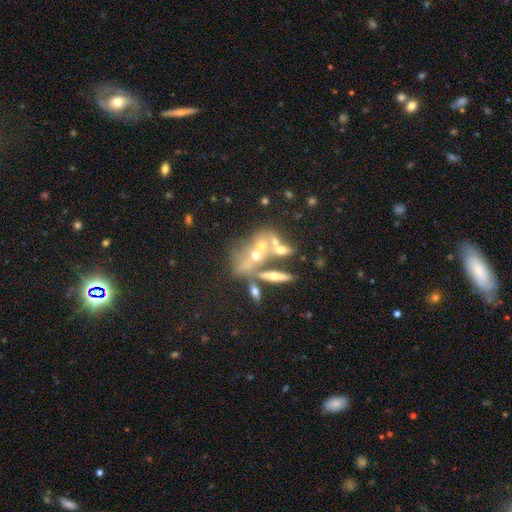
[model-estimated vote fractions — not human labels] Overall: featured or disk (48%; smooth 36%). Merging: merger (54%; none 26%).